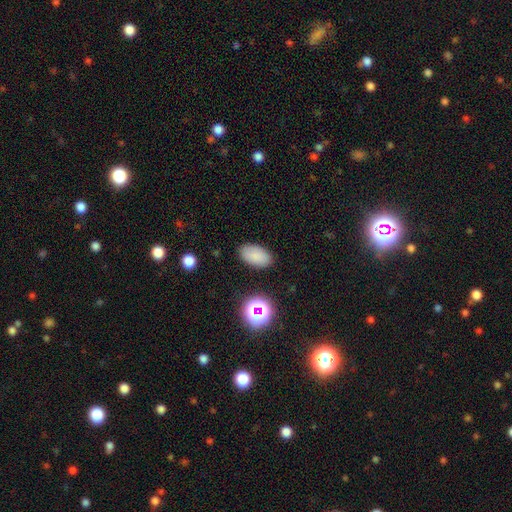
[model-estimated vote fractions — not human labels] smooth_or_featured: smooth (p=0.83) [alt: star or artifact p=0.11]
how_rounded: in between (p=0.94) [alt: round p=0.05]
merging: none (p=0.86) [alt: minor disturbance p=0.10]